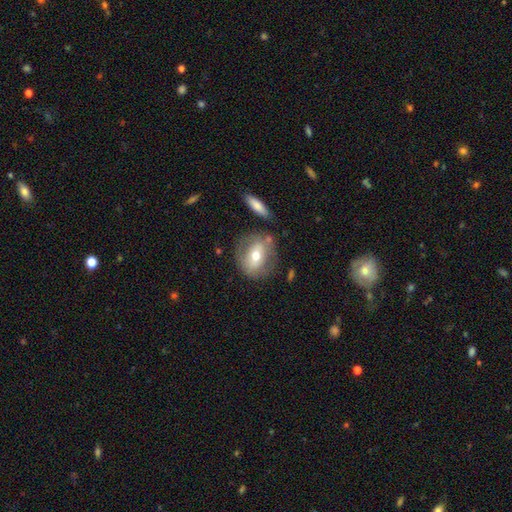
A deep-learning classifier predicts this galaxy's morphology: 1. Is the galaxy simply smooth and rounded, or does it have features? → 52% smooth, 41% featured or disk, 8% star or artifact.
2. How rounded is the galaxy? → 49% in between, 48% round, 3% cigar-shaped.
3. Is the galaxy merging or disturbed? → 69% none, 16% minor disturbance, 8% merger, 7% major disturbance.